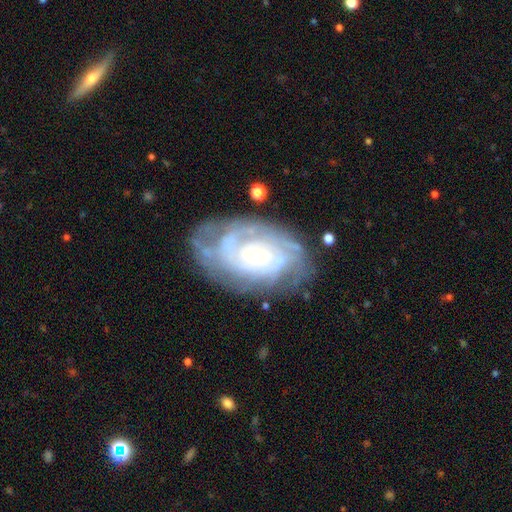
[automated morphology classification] This appears to be a featured or disk galaxy (83%) with no bar (80%), tight (74%) spiral arms (93%) and a small central bulge (80%). Merging: none (71%).